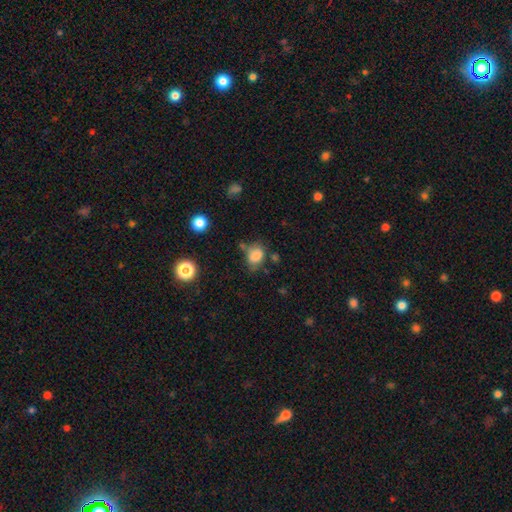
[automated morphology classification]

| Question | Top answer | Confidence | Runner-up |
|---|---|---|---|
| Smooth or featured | smooth | 81% | star or artifact (11%) |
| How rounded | in between | 63% | round (36%) |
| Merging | none | 56% | minor disturbance (25%) |